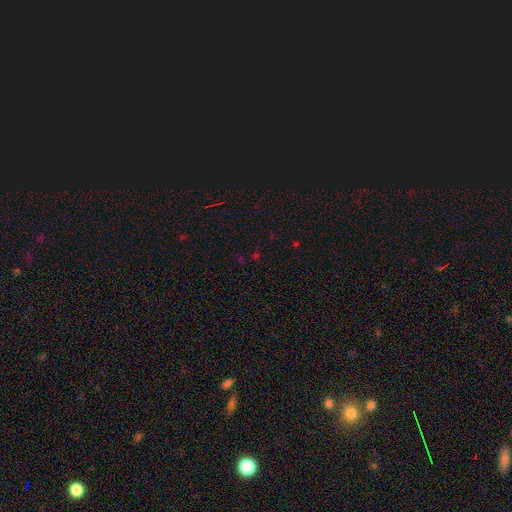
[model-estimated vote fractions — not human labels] This appears to be a star or artifact, not a galaxy (64%).